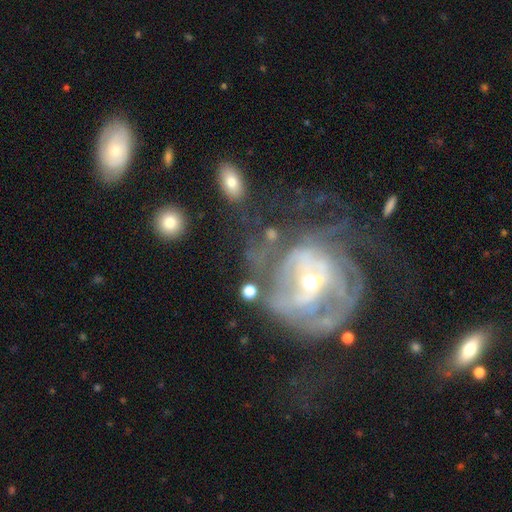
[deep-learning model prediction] Smooth or featured?
  - featured or disk: 67% *
  - smooth: 21%
  - star or artifact: 12%
Edge-on disk?
  - no: 96% *
  - yes: 4%
Bar?
  - no: 56% *
  - weak: 30%
  - strong: 15%
Spiral arms?
  - yes: 69% *
  - no: 31%
Bulge size?
  - small: 51% *
  - moderate: 40%
  - large: 4%
  - none: 3%
  - dominant: 2%
Merging?
  - none: 39% *
  - major disturbance: 28%
  - minor disturbance: 17%
  - merger: 17%